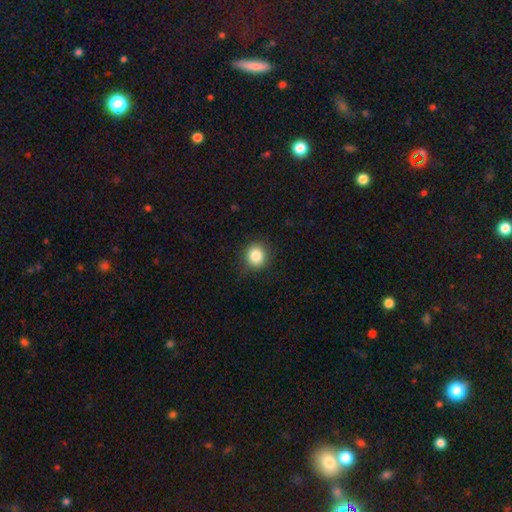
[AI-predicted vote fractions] A smooth galaxy with no disk features (84%) that is round (88%). Merging: none (86%).